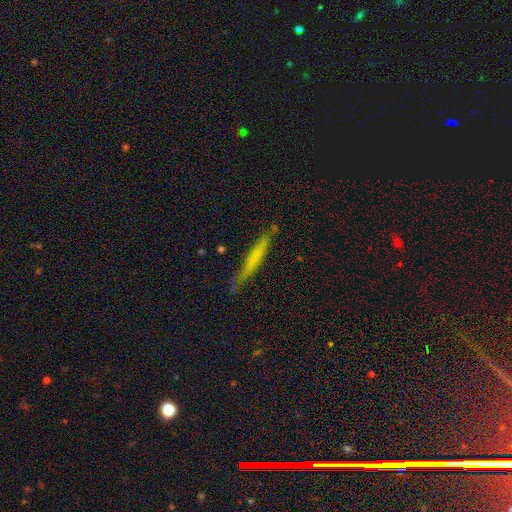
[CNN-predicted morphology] A smooth galaxy with no disk features (61%) that is cigar-shaped (95%).

Vote fractions:
- Smooth or featured? smooth: 61% / featured or disk: 32% / star or artifact: 7%
- How rounded? cigar-shaped: 95% / in between: 4% / round: 1%
- Merging? none: 75% / minor disturbance: 18% / major disturbance: 4% / merger: 3%